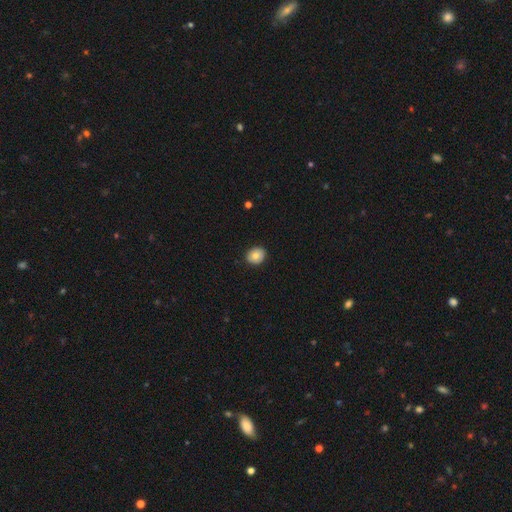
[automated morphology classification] Smooth or featured?
  - smooth: 80% *
  - featured or disk: 12%
  - star or artifact: 8%
How rounded?
  - round: 65% *
  - in between: 35%
  - cigar-shaped: 1%
Merging?
  - none: 89% *
  - minor disturbance: 8%
  - major disturbance: 2%
  - merger: 1%